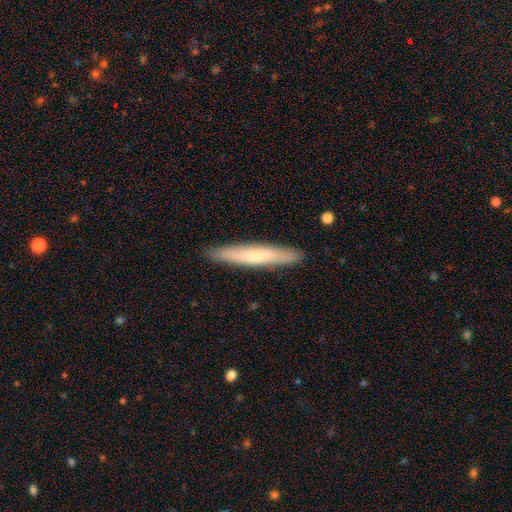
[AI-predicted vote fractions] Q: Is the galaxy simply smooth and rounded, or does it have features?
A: smooth — 59%.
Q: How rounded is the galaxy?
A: cigar-shaped — 94%.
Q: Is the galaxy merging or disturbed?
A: none — 90%.